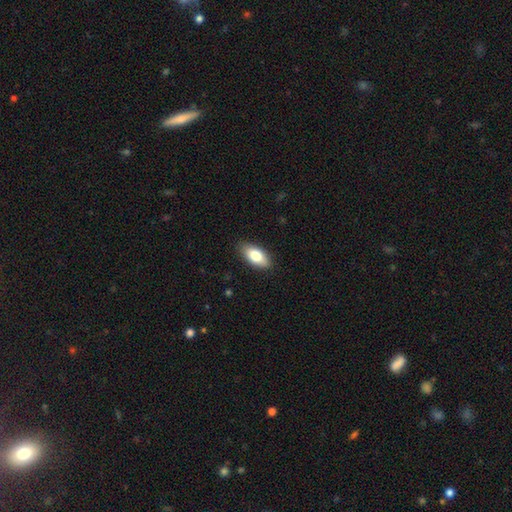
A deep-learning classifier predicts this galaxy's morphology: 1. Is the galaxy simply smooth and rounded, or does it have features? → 80% smooth, 14% featured or disk, 6% star or artifact.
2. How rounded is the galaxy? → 90% in between, 7% cigar-shaped, 3% round.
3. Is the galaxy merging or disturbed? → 87% none, 11% minor disturbance, 2% major disturbance, 1% merger.